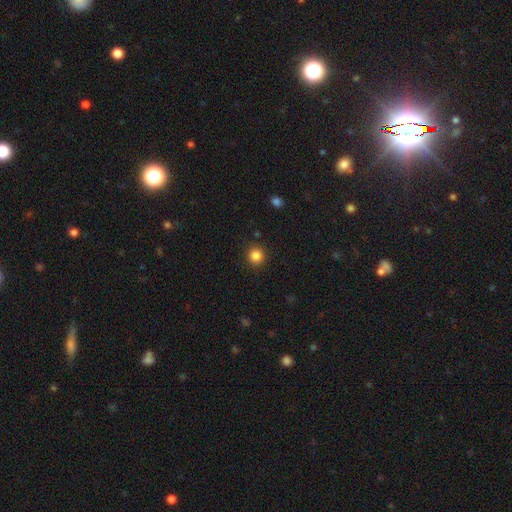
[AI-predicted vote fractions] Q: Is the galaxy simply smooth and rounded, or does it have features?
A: smooth — 85%.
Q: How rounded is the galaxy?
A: round — 94%.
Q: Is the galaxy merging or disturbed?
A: none — 91%.